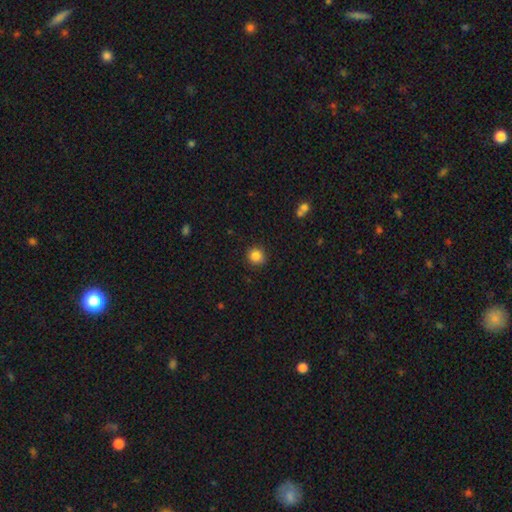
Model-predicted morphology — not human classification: type=smooth (85%); roundness=round (90%); merging=none (91%).